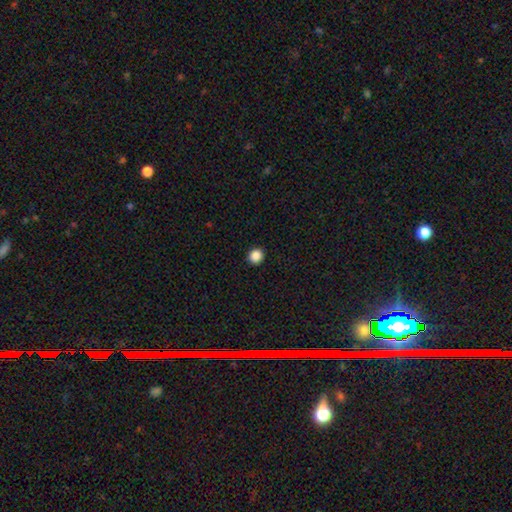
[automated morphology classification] smooth-or-featured: smooth: 87% | star or artifact: 10% | featured or disk: 3%
  how-rounded: round: 89% | in between: 10% | cigar-shaped: 1%
  merging: none: 93% | minor disturbance: 5% | major disturbance: 2% | merger: 1%